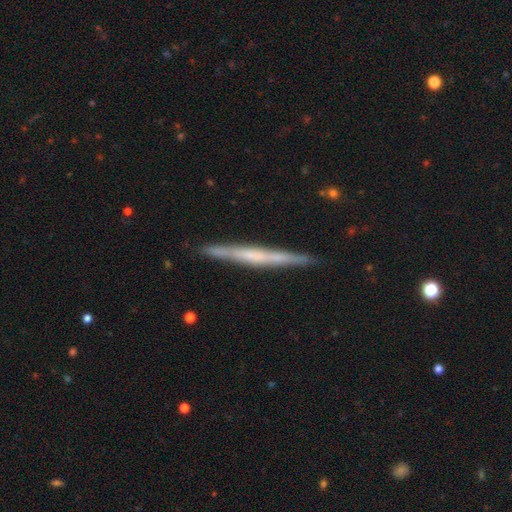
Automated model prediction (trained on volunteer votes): A featured or disk galaxy (62%) viewed edge-on (97%) with no central bulge (66%).

Vote fractions:
- Smooth or featured? featured or disk: 62% / smooth: 32% / star or artifact: 6%
- Edge-on disk? yes: 97% / no: 3%
- Edge-on bulge? none: 66% / rounded: 21% / boxy: 13%
- Merging? none: 89% / minor disturbance: 8% / major disturbance: 1% / merger: 1%